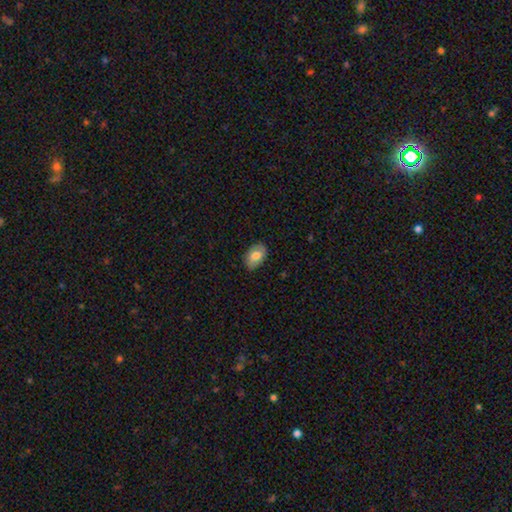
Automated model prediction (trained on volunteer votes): This appears to be a smooth galaxy with no disk features (77%) that is in between round and cigar-shaped (87%). Merging: none (84%).